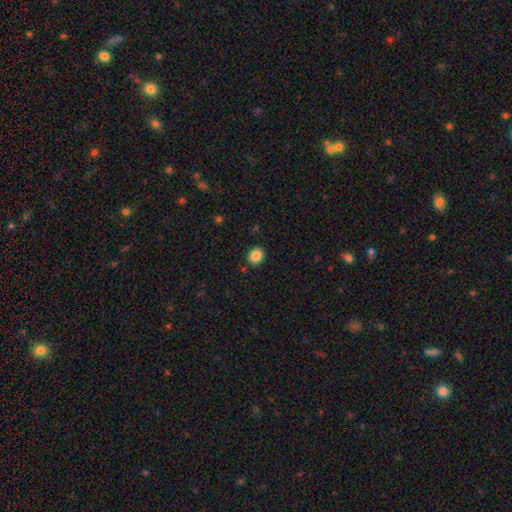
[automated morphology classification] This appears to be a smooth galaxy with no disk features (86%) that is round (66%). Merging: none (88%).